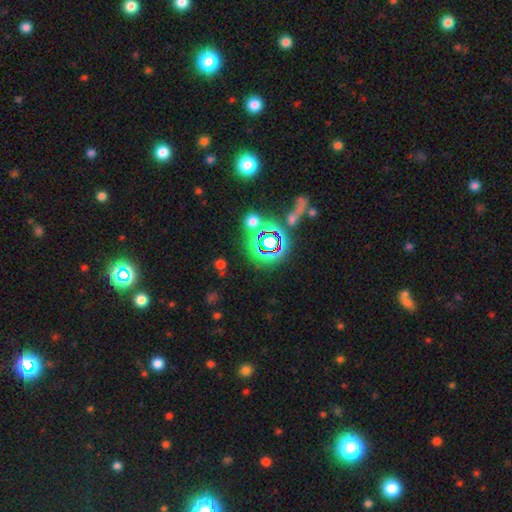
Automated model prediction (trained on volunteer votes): Smooth or featured? star or artifact (58%)